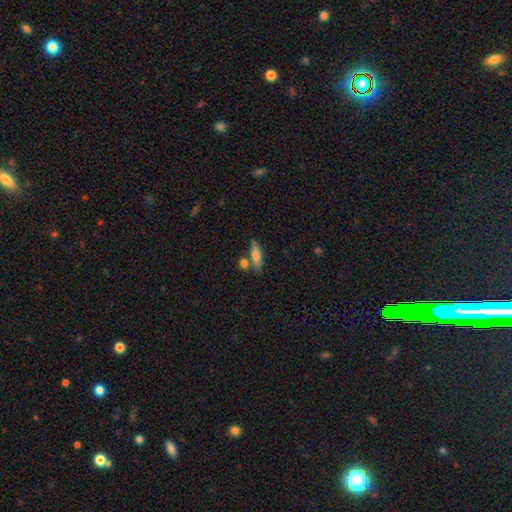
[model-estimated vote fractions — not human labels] Overall: smooth (68%). How rounded: in between (55%; cigar-shaped 41%). Merging: none (65%).